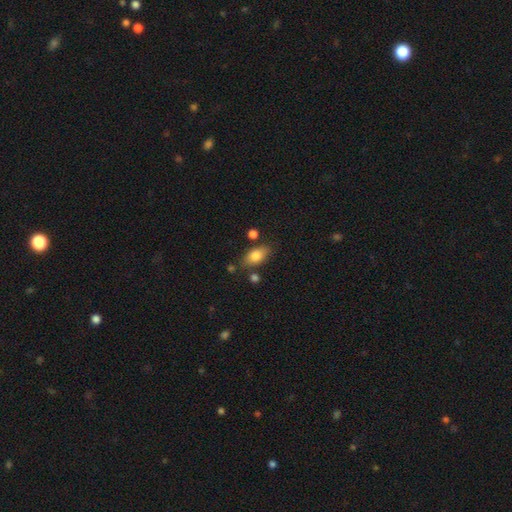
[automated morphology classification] Smooth or featured?
  - smooth: 81% *
  - featured or disk: 11%
  - star or artifact: 8%
How rounded?
  - in between: 87% *
  - round: 8%
  - cigar-shaped: 5%
Merging?
  - none: 75% *
  - minor disturbance: 15%
  - merger: 6%
  - major disturbance: 4%